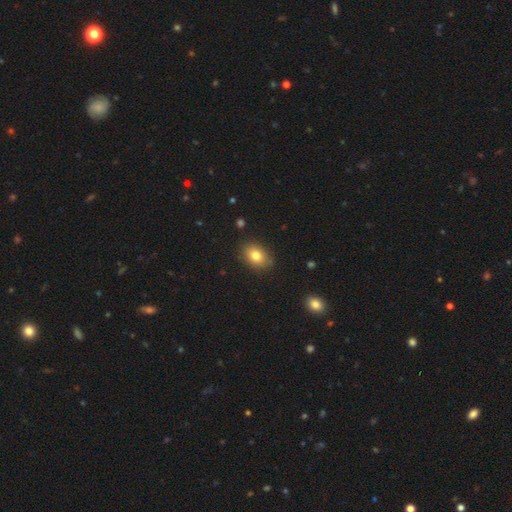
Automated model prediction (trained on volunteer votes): smooth-or-featured: smooth: 81% | featured or disk: 10% | star or artifact: 9%
  how-rounded: in between: 76% | round: 22% | cigar-shaped: 1%
  merging: none: 85% | minor disturbance: 12% | major disturbance: 2% | merger: 1%